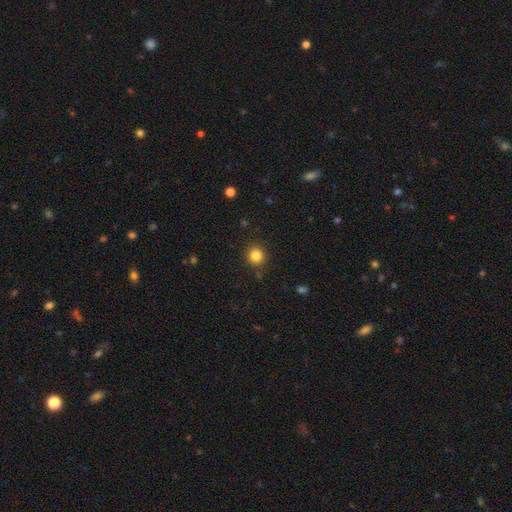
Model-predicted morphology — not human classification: Smooth or featured? smooth (84%)
How rounded? round (91%)
Merging? none (88%)